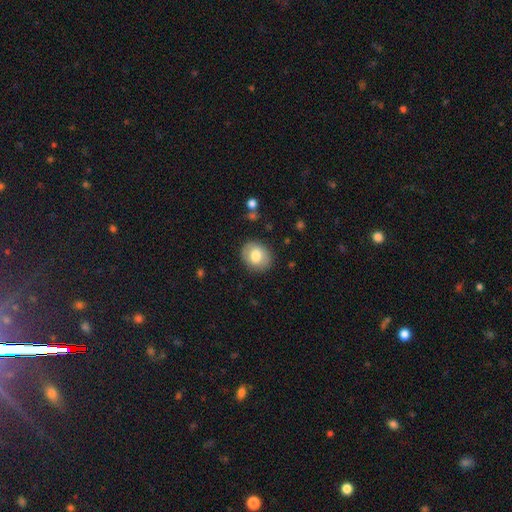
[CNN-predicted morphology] A smooth galaxy with no disk features (75%) that is round (70%). Merging: none (86%).